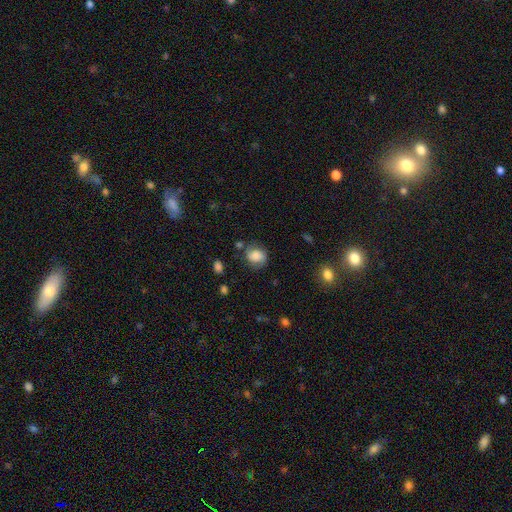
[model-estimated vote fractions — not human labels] Q: Smooth or featured?
A: smooth (66%); runner-up: featured or disk (24%)
Q: How rounded?
A: round (63%); runner-up: in between (36%)
Q: Merging?
A: none (59%); runner-up: minor disturbance (25%)